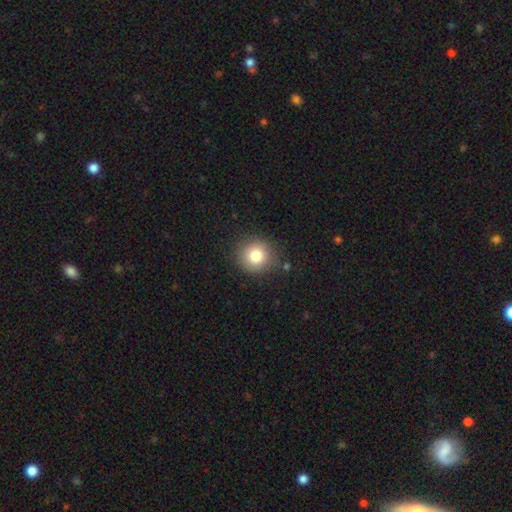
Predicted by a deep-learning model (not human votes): Smooth or featured?
  - smooth: 80% *
  - star or artifact: 11%
  - featured or disk: 9%
How rounded?
  - round: 92% *
  - in between: 7%
  - cigar-shaped: 1%
Merging?
  - none: 85% *
  - minor disturbance: 10%
  - major disturbance: 3%
  - merger: 2%